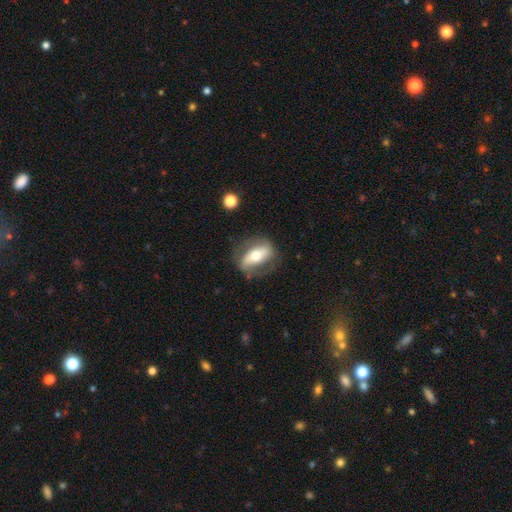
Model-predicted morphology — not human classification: The model was most divided on "smooth or featured": featured or disk: 57%, smooth: 36%, star or artifact: 6%. More confident: edge-on disk — no (82%); merging — none (68%).